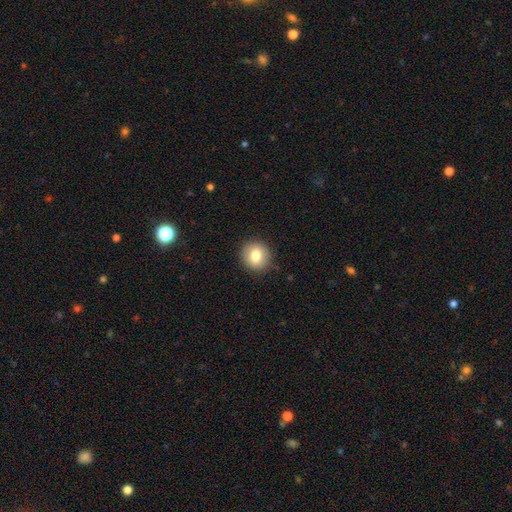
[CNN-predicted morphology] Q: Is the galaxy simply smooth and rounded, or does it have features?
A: smooth — 79%.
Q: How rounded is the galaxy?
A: round — 87%.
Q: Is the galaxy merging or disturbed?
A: none — 89%.